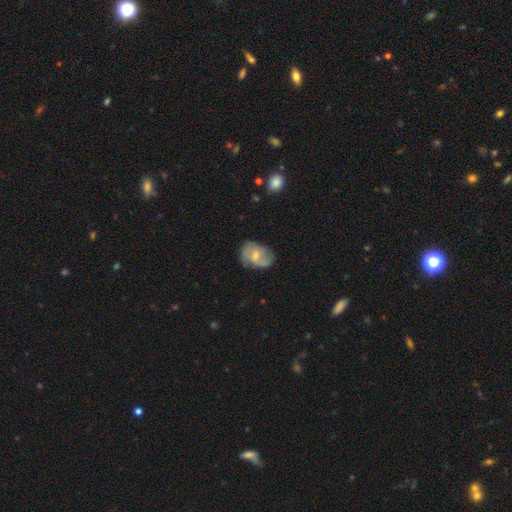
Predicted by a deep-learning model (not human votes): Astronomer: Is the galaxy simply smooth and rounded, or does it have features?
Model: featured or disk — 55% (runner-up: smooth, 38%).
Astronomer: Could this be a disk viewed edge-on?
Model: no — 97%.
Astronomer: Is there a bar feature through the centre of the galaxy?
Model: weak — 50% (runner-up: no, 40%).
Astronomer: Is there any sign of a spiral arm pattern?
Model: yes — 78%.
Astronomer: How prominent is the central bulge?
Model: small — 52% (runner-up: moderate, 38%).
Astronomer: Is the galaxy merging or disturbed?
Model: none — 59%.